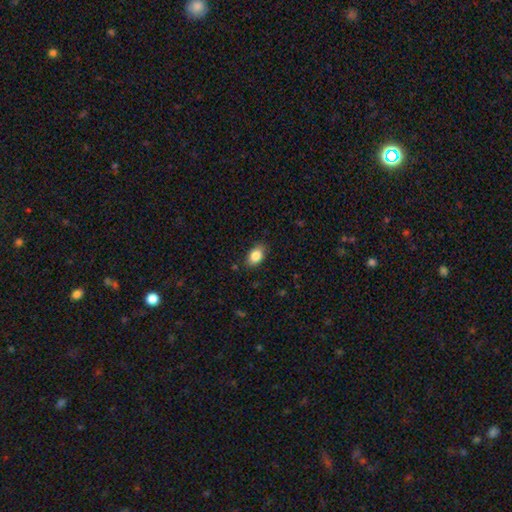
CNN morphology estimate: Q: Smooth or featured?
A: smooth (85%); runner-up: star or artifact (8%)
Q: How rounded?
A: in between (87%); runner-up: round (11%)
Q: Merging?
A: none (84%); runner-up: minor disturbance (12%)